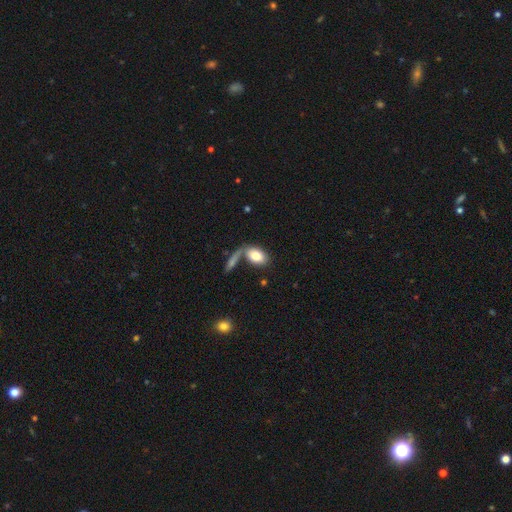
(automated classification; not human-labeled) Smooth or featured? smooth (78%)
How rounded? in between (88%)
Merging? none (43%)